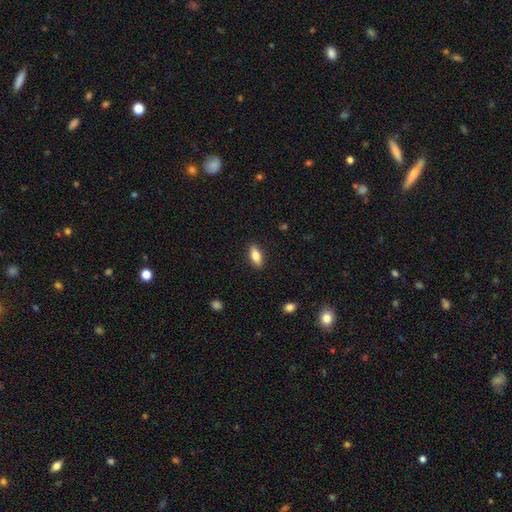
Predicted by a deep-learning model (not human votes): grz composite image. It shows a smooth galaxy with no disk features (78%) that is in between round and cigar-shaped (79%). Merging: none (88%).